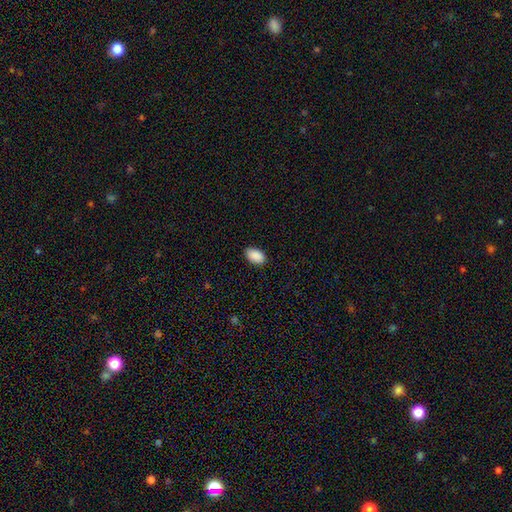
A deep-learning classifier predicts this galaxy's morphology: Smooth or featured?
  - smooth: 91% *
  - star or artifact: 7%
  - featured or disk: 2%
How rounded?
  - in between: 93% *
  - round: 5%
  - cigar-shaped: 1%
Merging?
  - none: 87% *
  - minor disturbance: 10%
  - major disturbance: 2%
  - merger: 1%